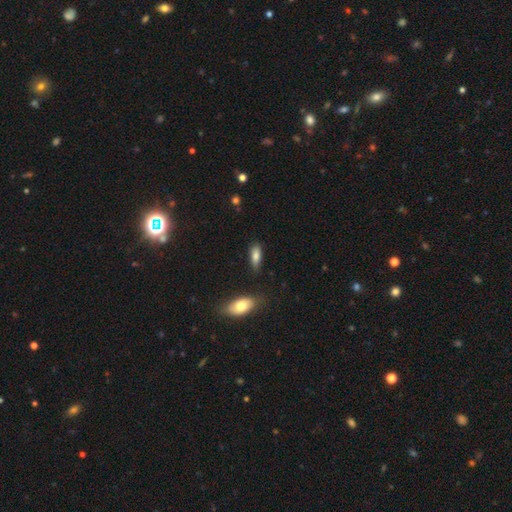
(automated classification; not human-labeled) A smooth galaxy with no disk features (80%) that is in between round and cigar-shaped (71%). Merging: none (76%).